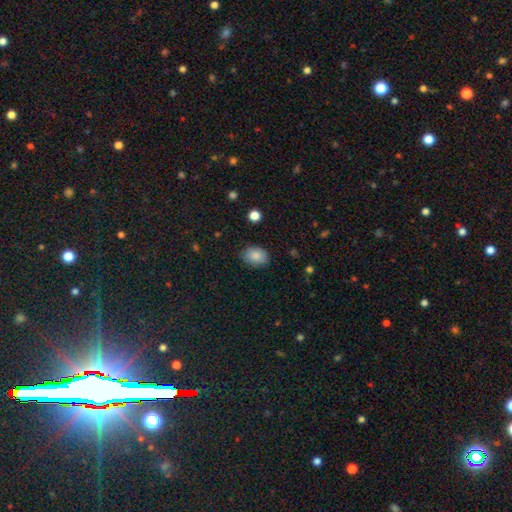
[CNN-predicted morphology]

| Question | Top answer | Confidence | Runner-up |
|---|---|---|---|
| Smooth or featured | smooth | 86% | star or artifact (8%) |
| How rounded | in between | 70% | round (29%) |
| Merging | none | 85% | minor disturbance (12%) |